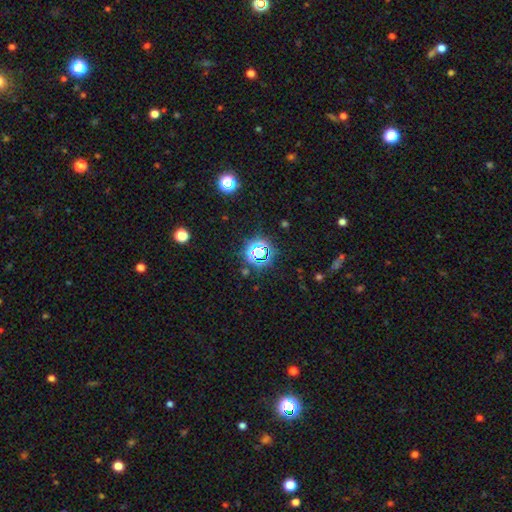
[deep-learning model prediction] Smooth or featured? Predicted: star or artifact (p=0.72).